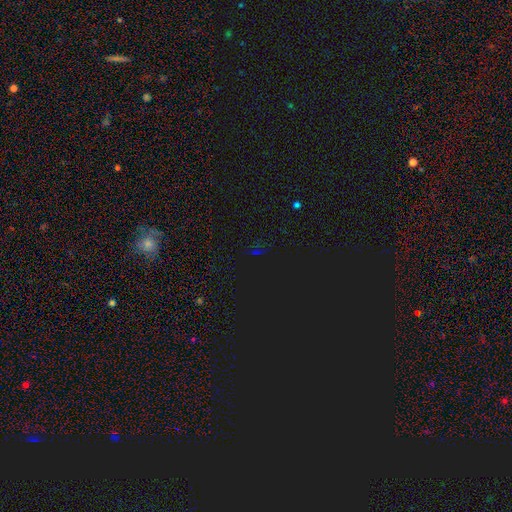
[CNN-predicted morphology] smooth-or-featured: star or artifact: 75% | smooth: 17% | featured or disk: 8%